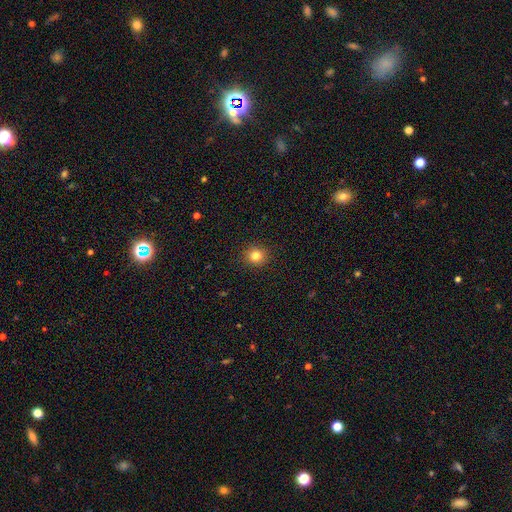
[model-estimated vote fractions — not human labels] Smooth or featured: smooth — 82% (star or artifact — 12%)
How rounded: round — 88% (in between — 11%)
Merging: none — 92% (minor disturbance — 6%)